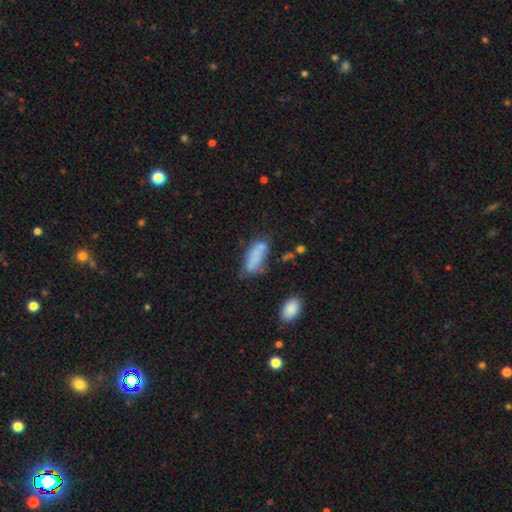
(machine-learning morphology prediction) Smooth or featured?
  - smooth: 72% *
  - featured or disk: 18%
  - star or artifact: 9%
How rounded?
  - in between: 73% *
  - cigar-shaped: 24%
  - round: 3%
Merging?
  - none: 48% *
  - minor disturbance: 27%
  - major disturbance: 13%
  - merger: 13%